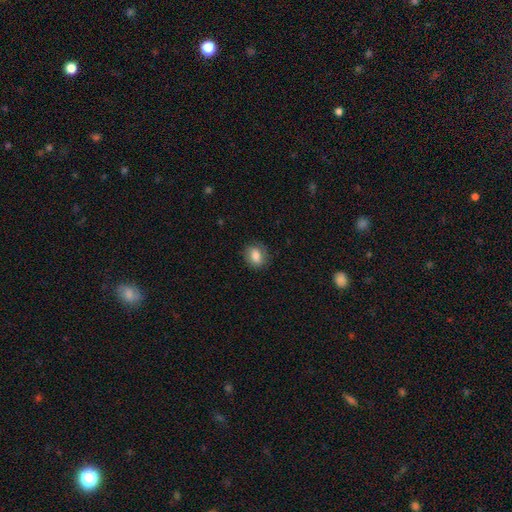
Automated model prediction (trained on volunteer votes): Smooth or featured: smooth — 77% (featured or disk — 14%)
How rounded: in between — 55% (round — 43%)
Merging: none — 82% (minor disturbance — 13%)